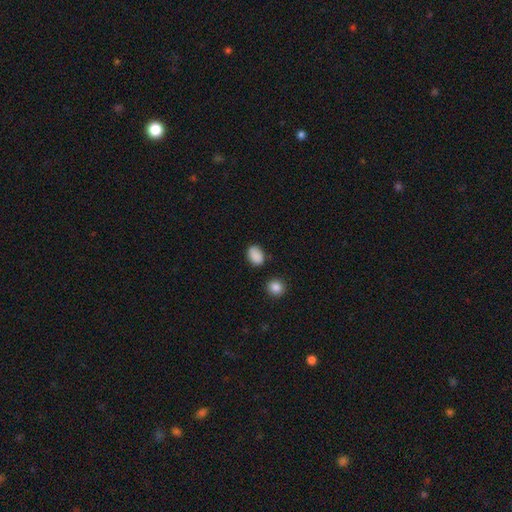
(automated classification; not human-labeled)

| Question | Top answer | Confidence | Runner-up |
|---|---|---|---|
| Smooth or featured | smooth | 87% | star or artifact (9%) |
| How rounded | in between | 77% | round (21%) |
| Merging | none | 77% | minor disturbance (16%) |